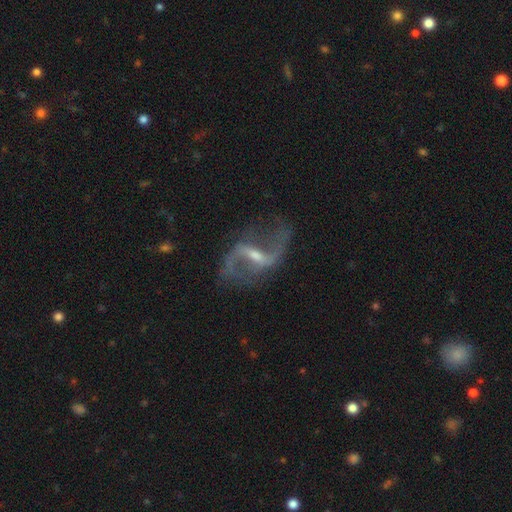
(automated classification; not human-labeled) A featured or disk galaxy (90%) with a strong bar (45%), 2 (93%) loose (80%) spiral arms (95%) and a small central bulge (53%). Merging: none (72%).